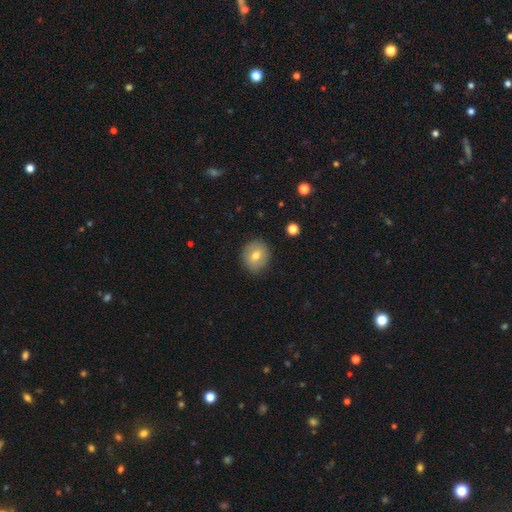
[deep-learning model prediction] This is likely a smooth galaxy (70%). How rounded: clearly round (81%). Merging: clearly none (85%).